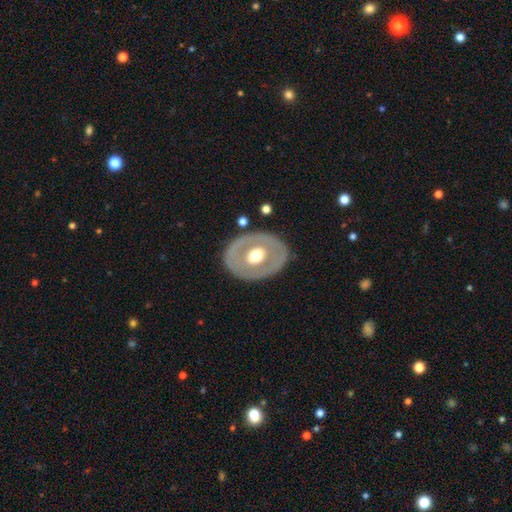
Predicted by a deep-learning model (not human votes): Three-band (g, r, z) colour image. It shows a featured or disk galaxy (59%) with no bar (81%), no spiral arms (90%) and a moderate central bulge (67%). Merging: none (82%).